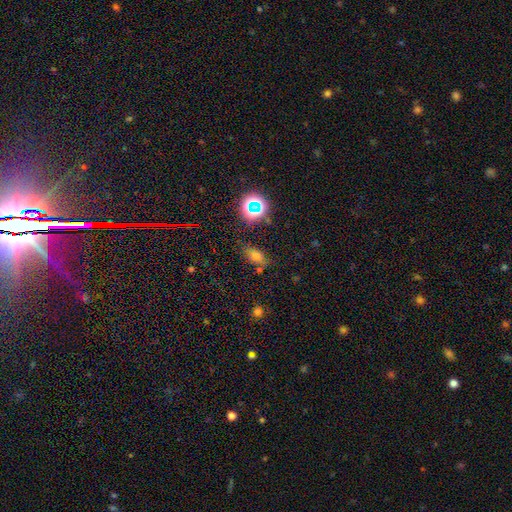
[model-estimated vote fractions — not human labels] smooth_or_featured: smooth (p=0.67) [alt: star or artifact p=0.24]
how_rounded: in between (p=0.76) [alt: round p=0.17]
merging: none (p=0.72) [alt: minor disturbance p=0.17]